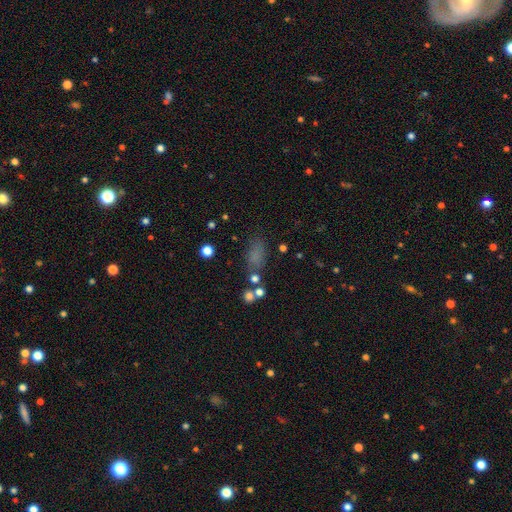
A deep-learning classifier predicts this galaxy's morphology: type=smooth (70%); roundness=in between (79%); merging=none (66%).